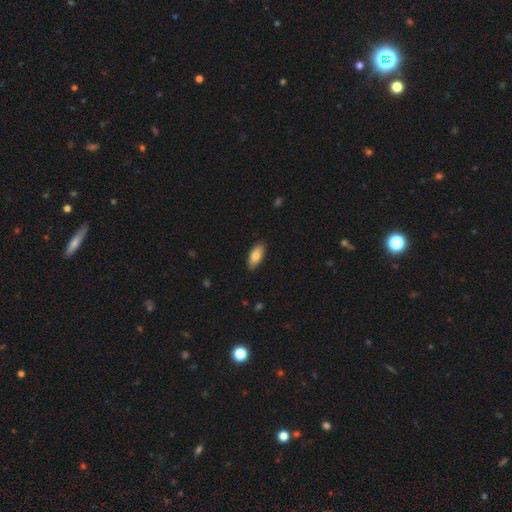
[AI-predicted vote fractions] The model was most divided on "smooth or featured": smooth: 81%, featured or disk: 12%, star or artifact: 6%. More confident: how rounded — in between (89%); merging — none (87%).